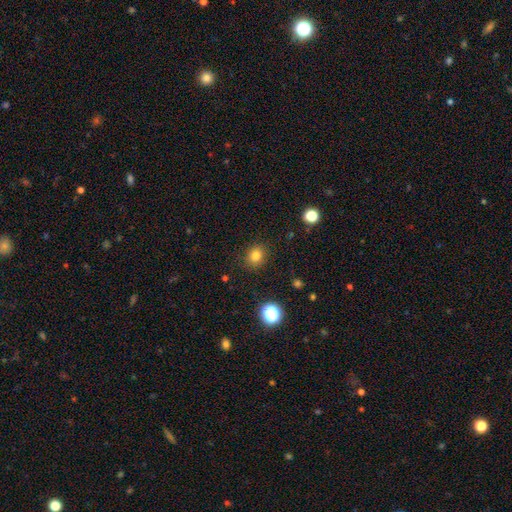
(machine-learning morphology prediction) Q: Smooth or featured?
A: smooth (81%); runner-up: star or artifact (14%)
Q: How rounded?
A: round (71%); runner-up: in between (28%)
Q: Merging?
A: none (88%); runner-up: minor disturbance (8%)